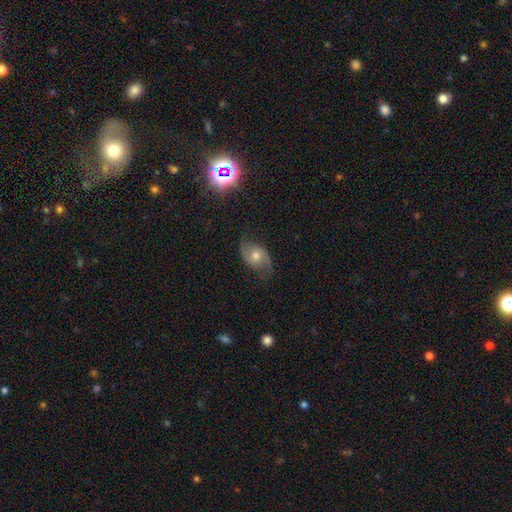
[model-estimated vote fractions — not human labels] This appears to be a featured or disk galaxy (71%) with no bar (70%), 2 (90%) loose (52%) spiral arms (90%) and a moderate central bulge (69%). Merging: none (71%).